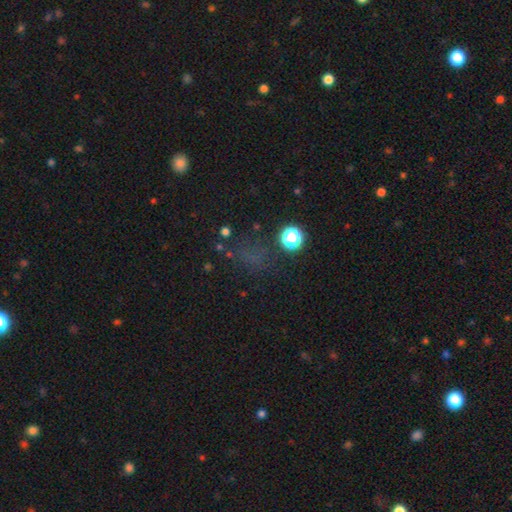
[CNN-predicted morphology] A star or artifact, not a galaxy (47%).